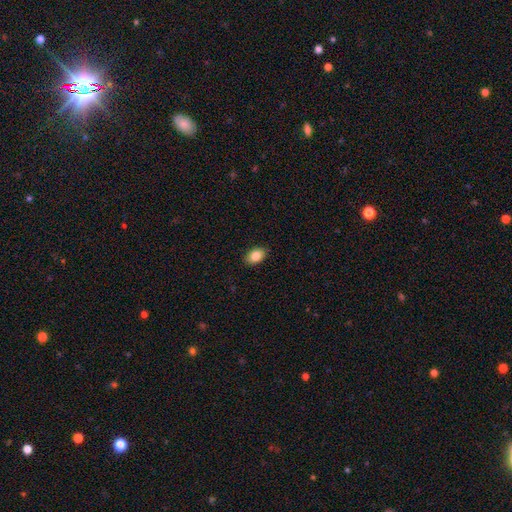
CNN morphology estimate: The model was most divided on "how rounded": in between: 87%, round: 12%, cigar-shaped: 1%. More confident: merging — none (89%); smooth or featured — smooth (85%).